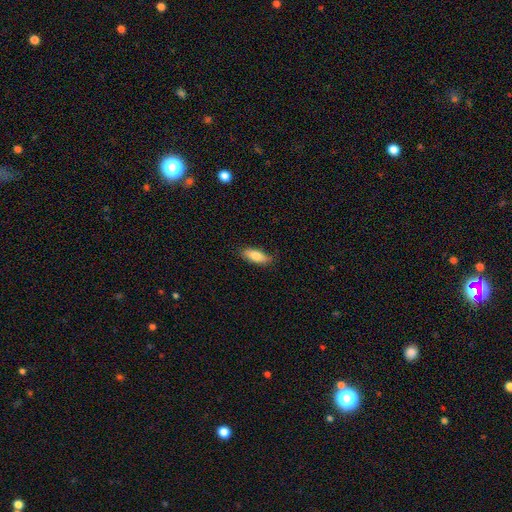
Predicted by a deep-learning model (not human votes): Smooth or featured? Predicted: smooth (p=0.81). How rounded? Predicted: in between (p=0.77). Merging? Predicted: none (p=0.76).